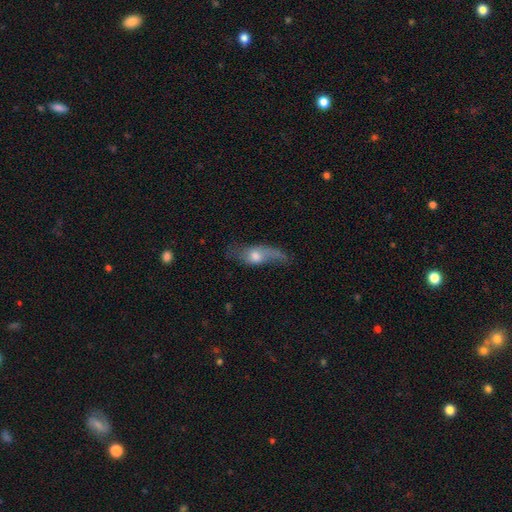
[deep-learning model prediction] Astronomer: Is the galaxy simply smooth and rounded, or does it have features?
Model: featured or disk — 54% (runner-up: smooth, 36%).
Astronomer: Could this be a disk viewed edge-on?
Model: no — 64%.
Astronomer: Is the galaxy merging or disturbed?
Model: none — 50% (runner-up: minor disturbance, 28%).